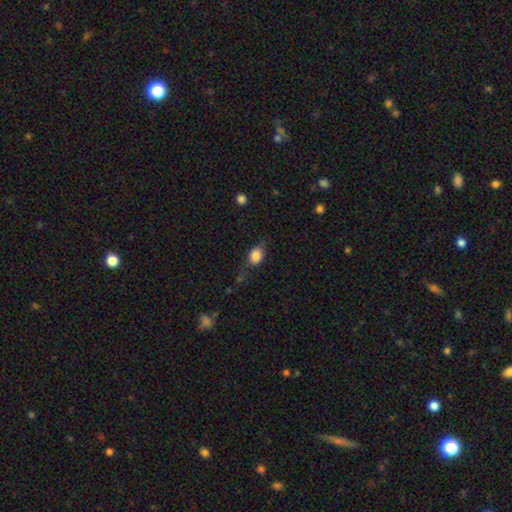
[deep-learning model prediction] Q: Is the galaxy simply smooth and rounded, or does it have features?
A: smooth — 81%.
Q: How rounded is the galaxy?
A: in between — 64%.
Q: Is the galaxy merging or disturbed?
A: none — 64%.